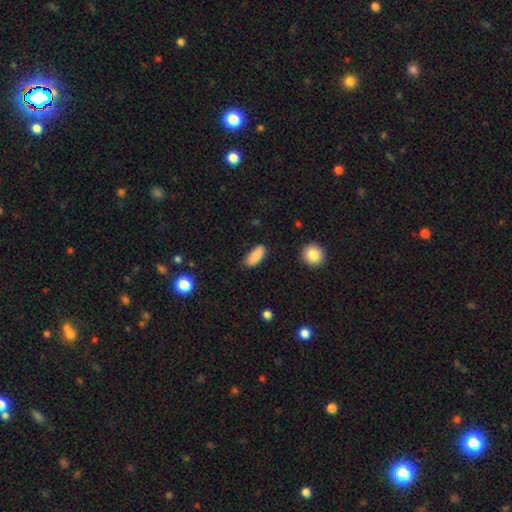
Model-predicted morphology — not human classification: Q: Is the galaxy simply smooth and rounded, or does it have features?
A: smooth — 88%.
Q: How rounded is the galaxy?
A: in between — 83%.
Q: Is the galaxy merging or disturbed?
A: none — 80%.